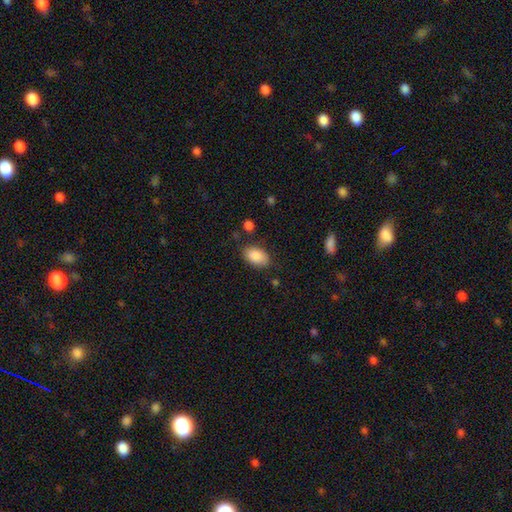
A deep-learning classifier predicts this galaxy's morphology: Overall: smooth (88%). How rounded: in between (91%). Merging: none (78%).